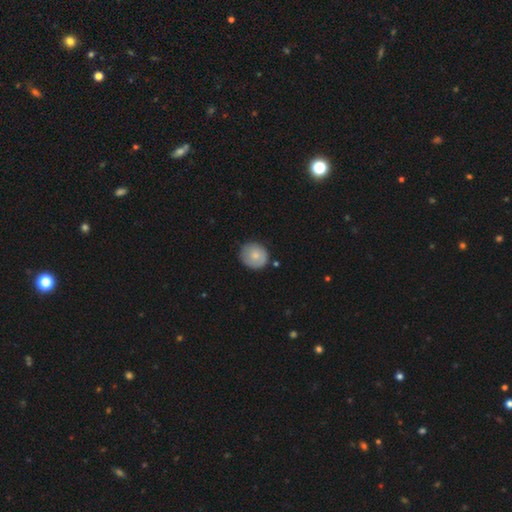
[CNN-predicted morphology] type=smooth (75%); roundness=round (84%); merging=none (77%).